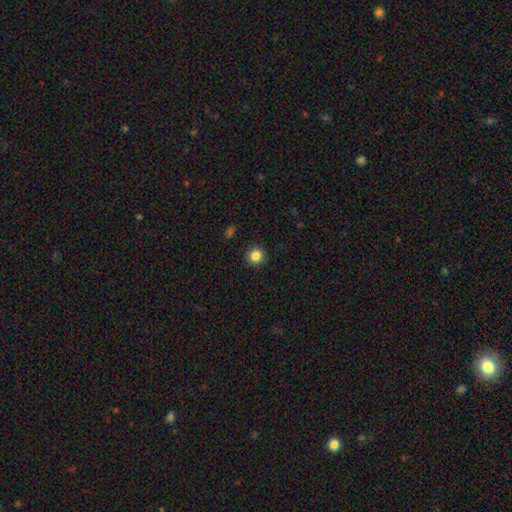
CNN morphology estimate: The model was most divided on "smooth or featured": smooth: 85%, star or artifact: 11%, featured or disk: 4%. More confident: how rounded — round (94%); merging — none (92%).